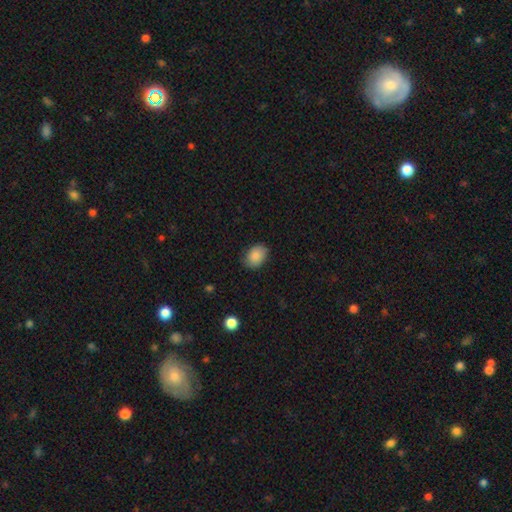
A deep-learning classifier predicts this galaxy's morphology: Smooth or featured?
  - smooth: 87% *
  - star or artifact: 8%
  - featured or disk: 5%
How rounded?
  - in between: 70% *
  - round: 29%
  - cigar-shaped: 1%
Merging?
  - none: 80% *
  - minor disturbance: 16%
  - major disturbance: 3%
  - merger: 1%